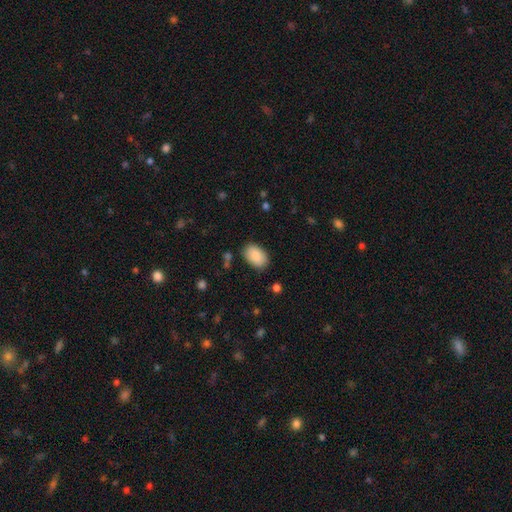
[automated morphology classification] Overall: smooth (88%). How rounded: in between (89%). Merging: none (84%).